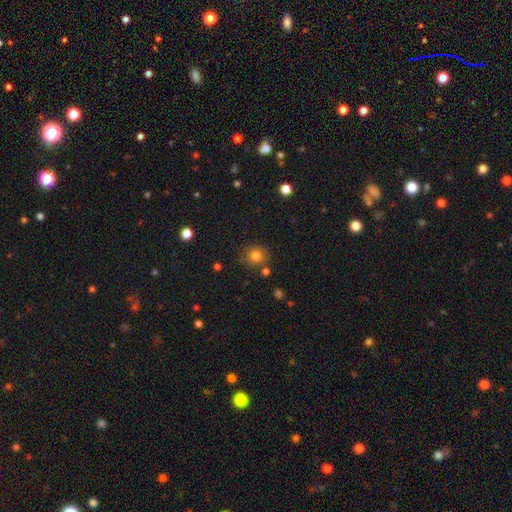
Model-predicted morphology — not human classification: This appears to be a smooth galaxy with no disk features (80%) that is round (89%). Merging: none (81%).